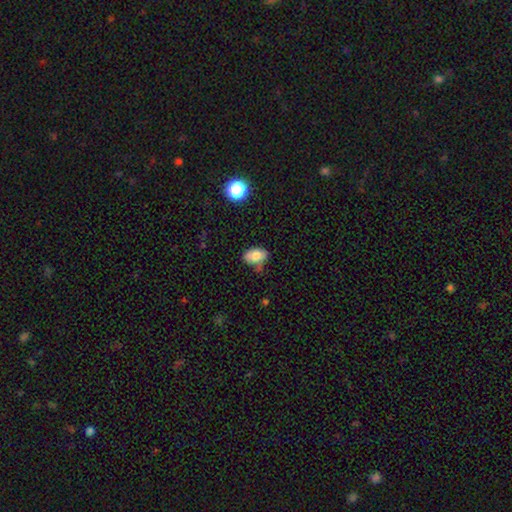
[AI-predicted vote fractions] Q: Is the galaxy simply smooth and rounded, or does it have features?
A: smooth — 82%.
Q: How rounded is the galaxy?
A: in between — 88%.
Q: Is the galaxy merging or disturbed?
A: none — 57%.